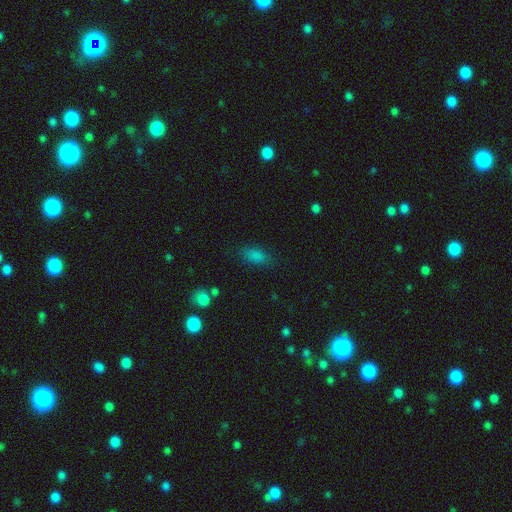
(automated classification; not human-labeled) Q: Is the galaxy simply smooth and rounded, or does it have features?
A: smooth — 83%.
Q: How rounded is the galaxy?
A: in between — 86%.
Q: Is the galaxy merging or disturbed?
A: none — 79%.